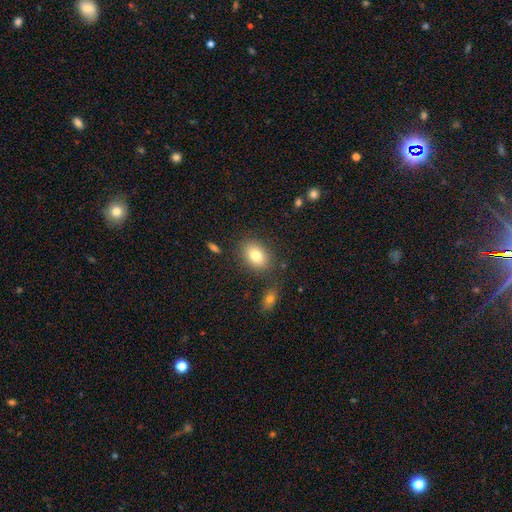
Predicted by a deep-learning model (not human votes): A smooth galaxy with no disk features (80%) that is in between round and cigar-shaped (77%). Merging: none (82%).